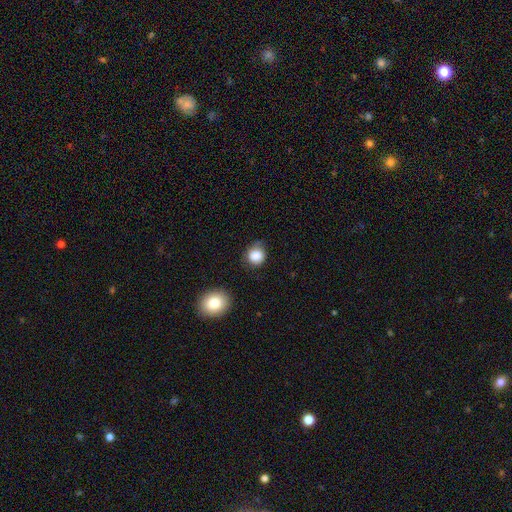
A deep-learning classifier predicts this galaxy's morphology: Smooth or featured? smooth (85%)
How rounded? round (83%)
Merging? none (64%)